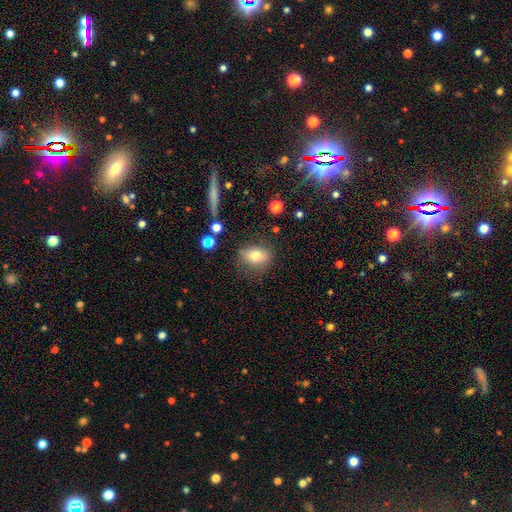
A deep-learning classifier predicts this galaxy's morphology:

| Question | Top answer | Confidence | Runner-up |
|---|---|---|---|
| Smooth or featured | smooth | 76% | featured or disk (14%) |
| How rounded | in between | 60% | round (38%) |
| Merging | none | 74% | minor disturbance (17%) |